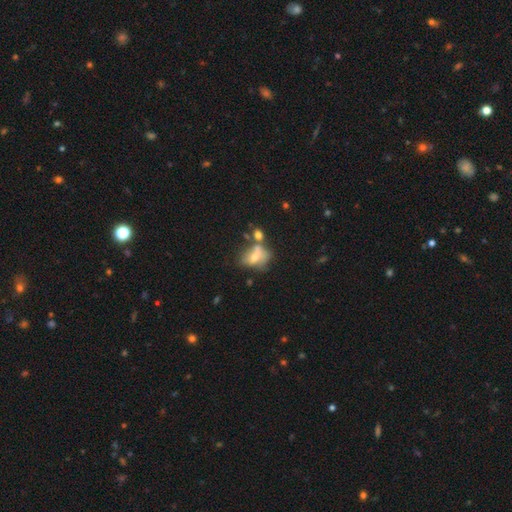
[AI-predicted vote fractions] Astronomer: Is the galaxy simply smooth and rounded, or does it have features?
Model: smooth — 50% (runner-up: featured or disk, 37%).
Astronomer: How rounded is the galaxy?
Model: in between — 74%.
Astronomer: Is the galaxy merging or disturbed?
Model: merger — 38% (runner-up: none, 30%).